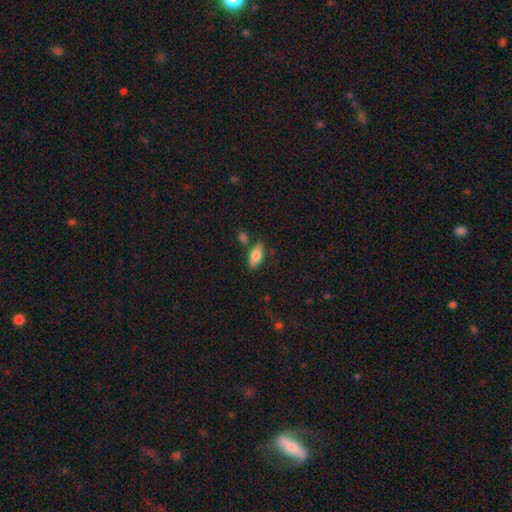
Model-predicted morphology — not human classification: Smooth or featured? Predicted: smooth (p=0.77). How rounded? Predicted: in between (p=0.84). Merging? Predicted: none (p=0.75).